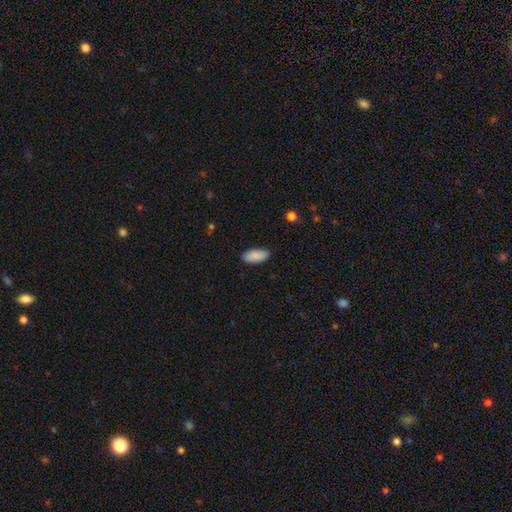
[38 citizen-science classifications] Smooth or featured? smooth (95%)
How rounded? in between (94%)
Merging? none (92%)